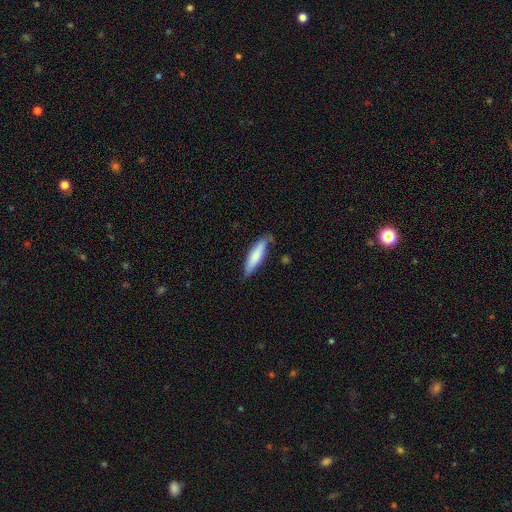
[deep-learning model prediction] smooth-or-featured: smooth: 74% | featured or disk: 20% | star or artifact: 5%
  how-rounded: cigar-shaped: 75% | in between: 23% | round: 1%
  merging: none: 72% | minor disturbance: 22% | major disturbance: 4% | merger: 2%